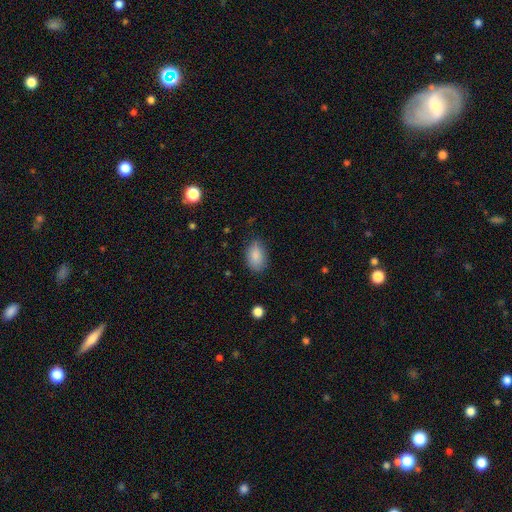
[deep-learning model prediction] This is clearly a smooth galaxy (87%). How rounded: clearly in between (88%). Merging: likely none (79%).